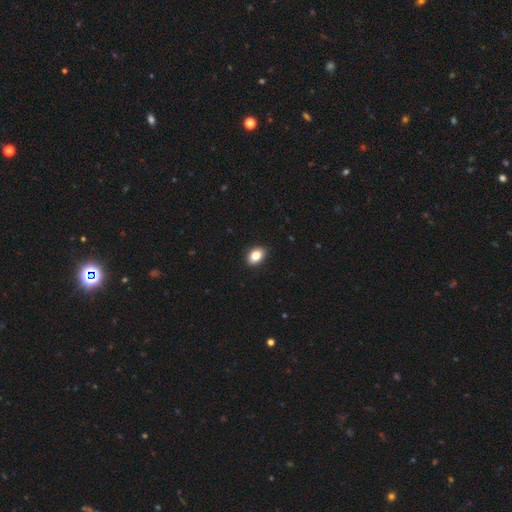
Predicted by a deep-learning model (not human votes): Smooth or featured?
  - smooth: 85% *
  - star or artifact: 9%
  - featured or disk: 6%
How rounded?
  - in between: 82% *
  - round: 17%
  - cigar-shaped: 1%
Merging?
  - none: 90% *
  - minor disturbance: 7%
  - major disturbance: 2%
  - merger: 1%